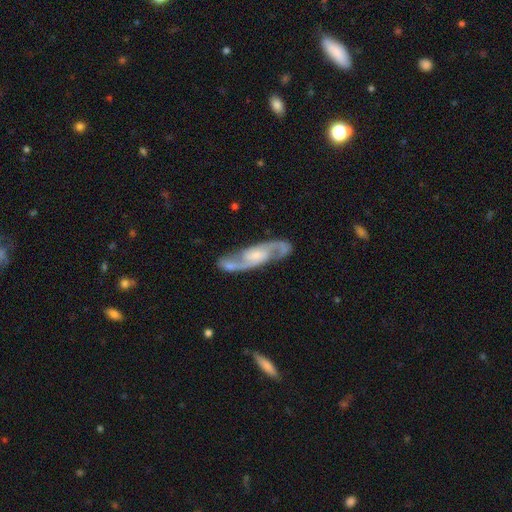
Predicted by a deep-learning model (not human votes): A featured or disk galaxy (90%) with no bar (44%), 2 (93%) medium (56%) spiral arms (97%) and a small central bulge (55%). Merging: none (80%).